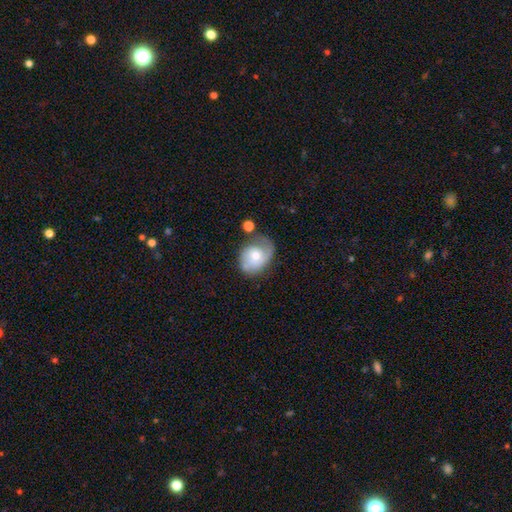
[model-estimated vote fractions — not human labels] A featured or disk galaxy (53%) with no bar (76%), spiral arms (75%) and a moderate central bulge (59%).

Vote fractions:
- Smooth or featured? featured or disk: 53% / smooth: 40% / star or artifact: 7%
- Edge-on disk? no: 96% / yes: 4%
- Bar? no: 76% / weak: 20% / strong: 3%
- Spiral arms? yes: 75% / no: 25%
- Bulge size? moderate: 59% / small: 35% / large: 4% / none: 1% / dominant: 1%
- Merging? none: 43% / minor disturbance: 29% / major disturbance: 17% / merger: 11%